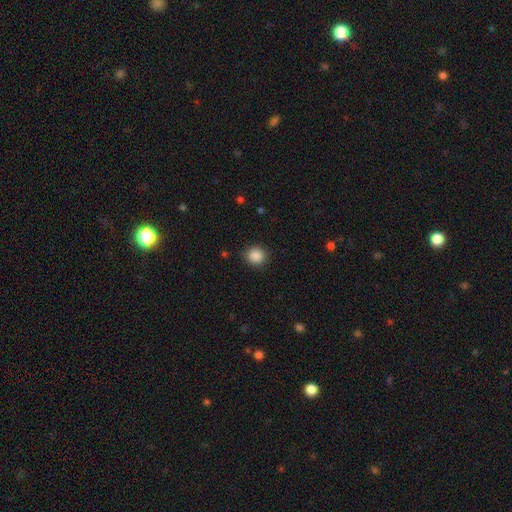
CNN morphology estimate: Smooth or featured? Predicted: smooth (p=0.87). How rounded? Predicted: round (p=0.90). Merging? Predicted: none (p=0.88).